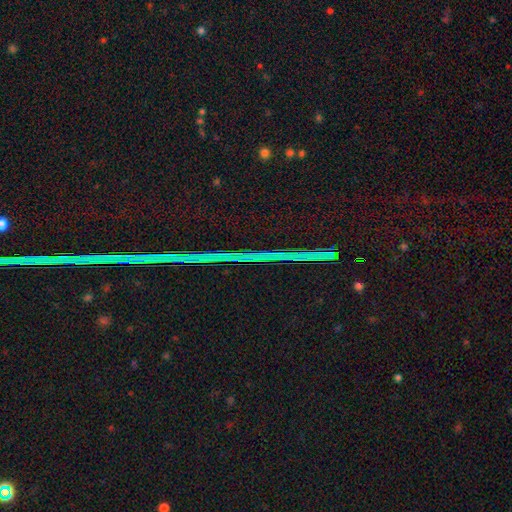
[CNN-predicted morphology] A star or artifact, not a galaxy (86%).

Vote fractions:
- Smooth or featured? star or artifact: 86% / featured or disk: 8% / smooth: 6%